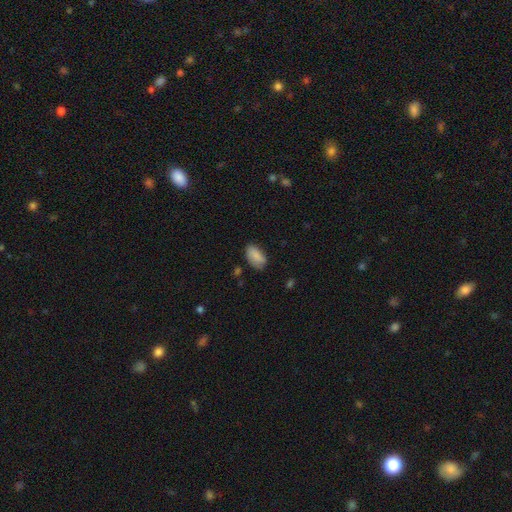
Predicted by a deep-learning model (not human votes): Morphology: type=smooth (83%); roundness=in between (92%); merging=none (69%).